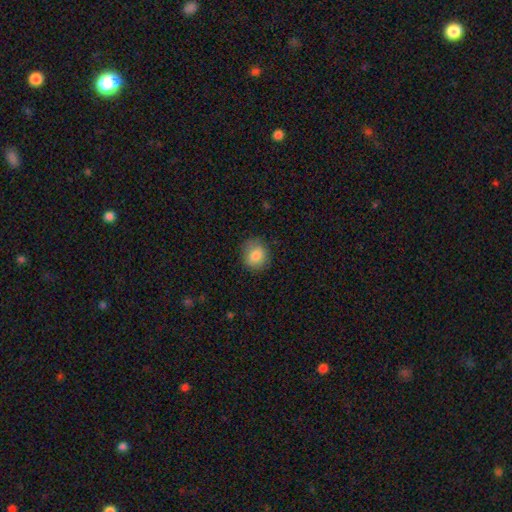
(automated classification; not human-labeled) This is clearly a smooth galaxy (84%). How rounded: likely round (75%). Merging: likely none (79%).